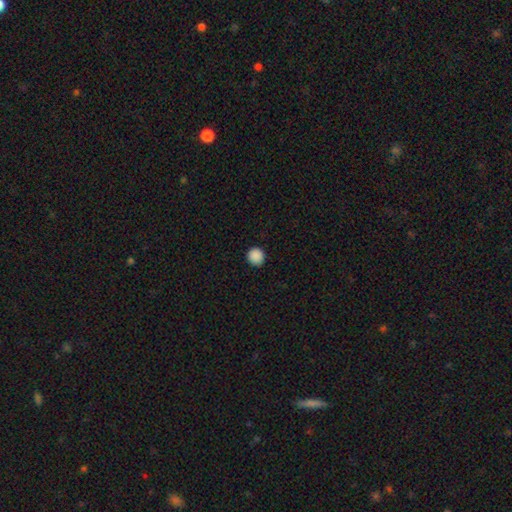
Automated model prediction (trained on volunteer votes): Q: Smooth or featured?
A: smooth (89%); runner-up: star or artifact (9%)
Q: How rounded?
A: round (93%); runner-up: in between (6%)
Q: Merging?
A: none (92%); runner-up: minor disturbance (5%)